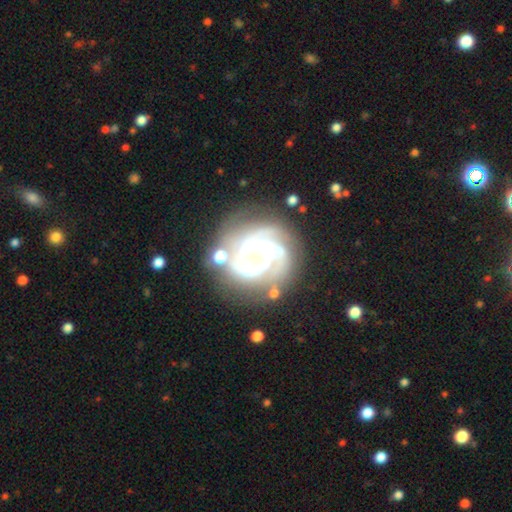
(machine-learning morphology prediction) featured or disk 85%, smooth 8%, star or artifact 7%. Down the decision tree: edge-on disk — no (98%); bar — no (75%); spiral arms — yes (95%); spiral arm count — 3 (29%); spiral winding — tight (71%); bulge size — small (72%); merging — none (69%).